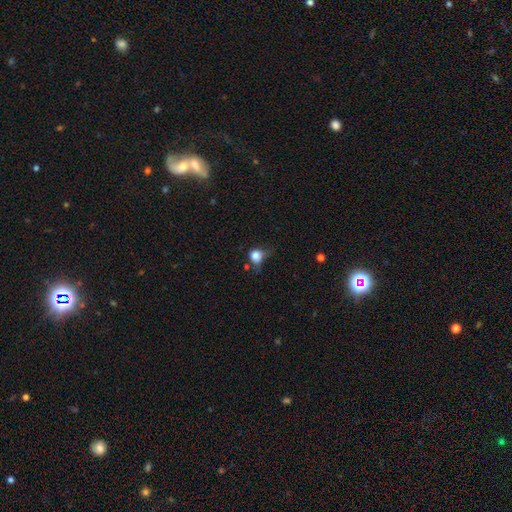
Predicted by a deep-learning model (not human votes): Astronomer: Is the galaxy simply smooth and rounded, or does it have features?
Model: smooth — 77%.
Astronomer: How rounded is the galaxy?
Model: round — 74%.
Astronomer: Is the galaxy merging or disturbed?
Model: none — 37% (runner-up: minor disturbance, 33%).